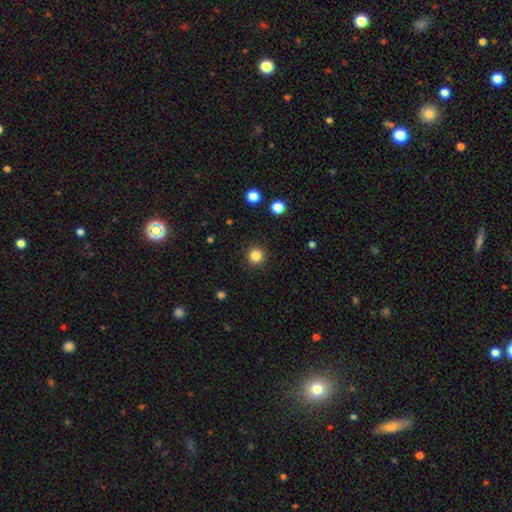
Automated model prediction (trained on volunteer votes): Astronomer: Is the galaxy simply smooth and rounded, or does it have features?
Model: smooth — 84%.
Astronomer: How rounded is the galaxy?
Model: round — 95%.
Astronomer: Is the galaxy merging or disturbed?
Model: none — 92%.